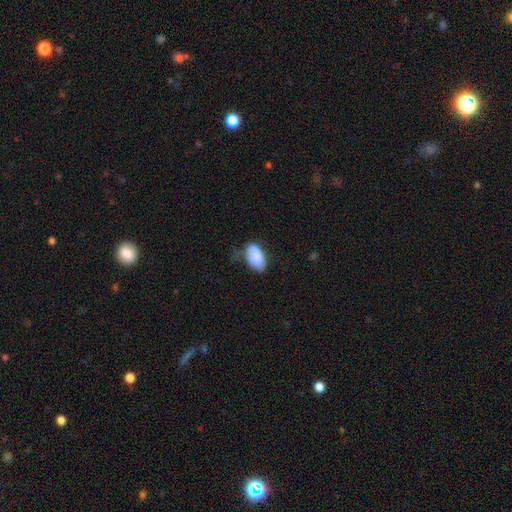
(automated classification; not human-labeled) The model was most divided on "merging": none: 48%, minor disturbance: 37%, major disturbance: 12%, merger: 3%. More confident: how rounded — in between (94%); smooth or featured — smooth (85%).